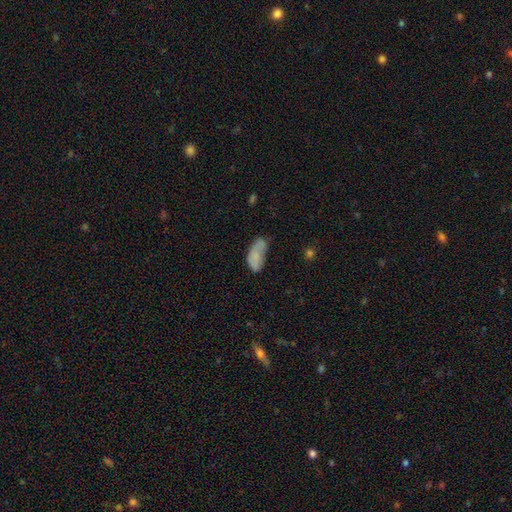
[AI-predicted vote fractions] Smooth or featured? smooth (74%)
How rounded? in between (89%)
Merging? none (37%)